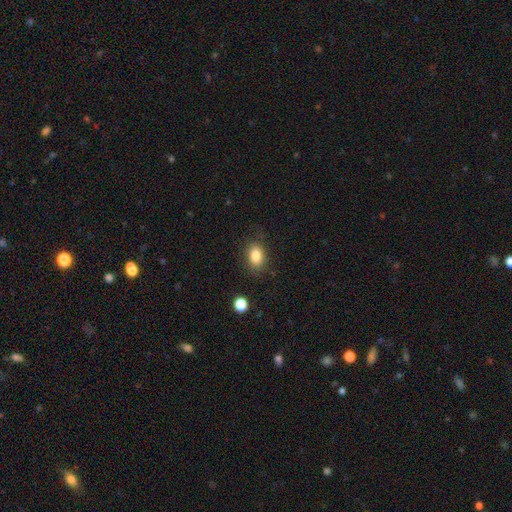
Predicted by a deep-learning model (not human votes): The model was most divided on "how rounded": in between: 82%, round: 17%, cigar-shaped: 2%. More confident: smooth or featured — smooth (84%); merging — none (81%).